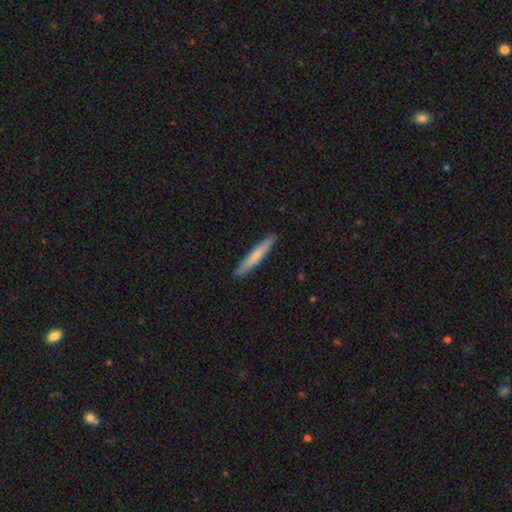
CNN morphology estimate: Smooth or featured? Predicted: smooth (p=0.69). How rounded? Predicted: cigar-shaped (p=0.95). Merging? Predicted: none (p=0.92).